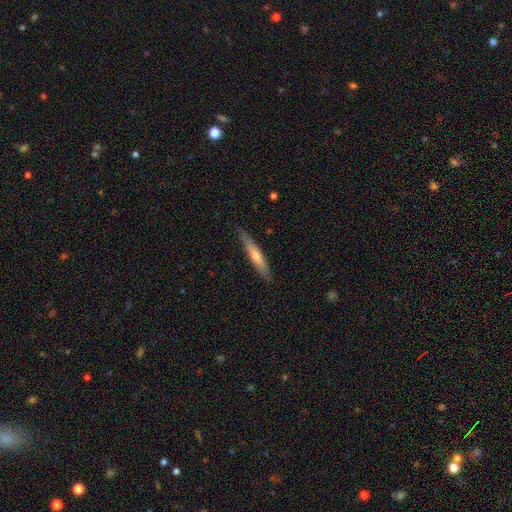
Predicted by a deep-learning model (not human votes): smooth_or_featured: smooth (p=0.50) [alt: featured or disk p=0.44]
how_rounded: cigar-shaped (p=0.91) [alt: in between p=0.07]
merging: none (p=0.85) [alt: minor disturbance p=0.12]